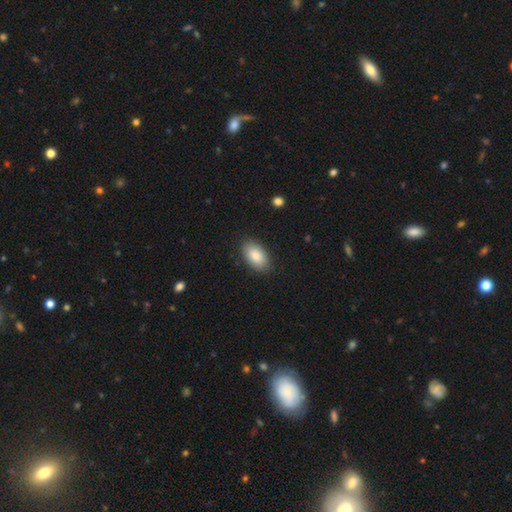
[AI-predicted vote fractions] Smooth or featured?
  - smooth: 87% *
  - featured or disk: 7%
  - star or artifact: 6%
How rounded?
  - in between: 95% *
  - round: 4%
  - cigar-shaped: 2%
Merging?
  - none: 87% *
  - minor disturbance: 10%
  - major disturbance: 2%
  - merger: 1%